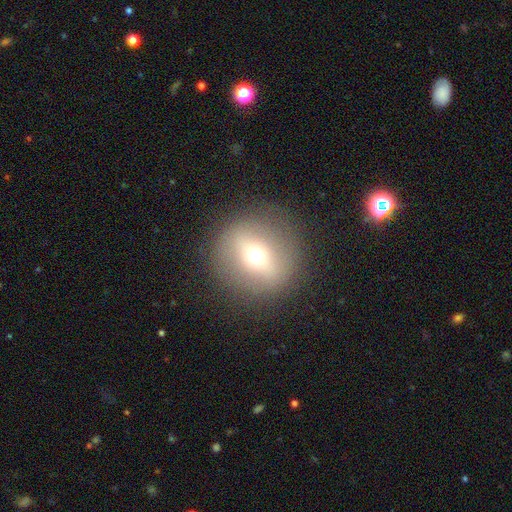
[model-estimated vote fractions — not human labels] The model was most divided on "smooth or featured": smooth: 52%, featured or disk: 35%, star or artifact: 13%. More confident: how rounded — round (92%); merging — none (86%).